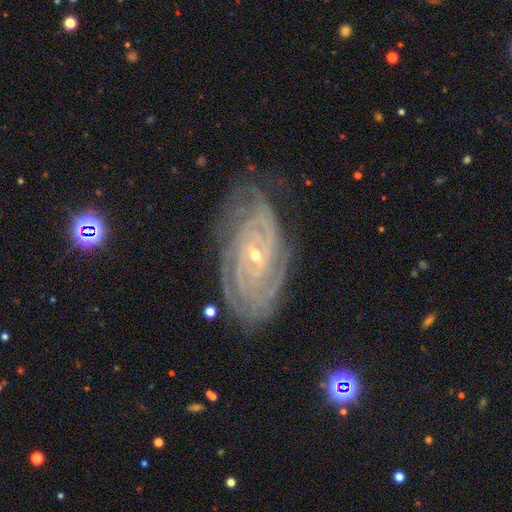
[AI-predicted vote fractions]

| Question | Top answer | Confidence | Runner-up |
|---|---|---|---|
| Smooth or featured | featured or disk | 90% | star or artifact (5%) |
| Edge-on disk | no | 96% | yes (4%) |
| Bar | no | 43% | weak (38%) |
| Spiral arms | yes | 98% | no (2%) |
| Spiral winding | tight | 84% | medium (14%) |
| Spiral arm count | can't tell | 24% | 4 (21%) |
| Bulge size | small | 75% | moderate (23%) |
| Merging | none | 72% | minor disturbance (20%) |